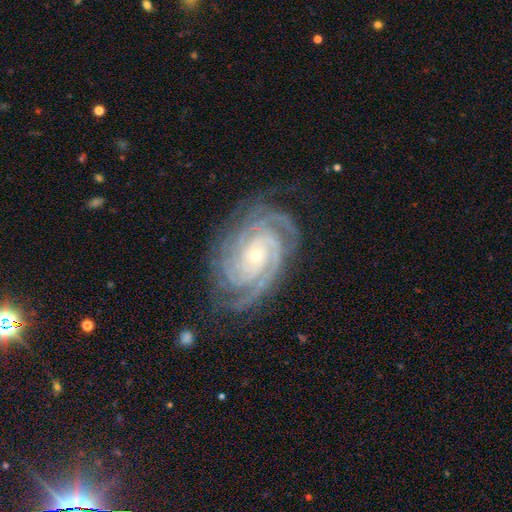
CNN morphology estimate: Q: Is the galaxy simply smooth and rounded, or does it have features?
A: featured or disk — 91%.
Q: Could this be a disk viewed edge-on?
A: no — 97%.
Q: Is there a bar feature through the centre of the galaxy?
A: no — 73%.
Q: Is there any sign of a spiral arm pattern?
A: yes — 99%.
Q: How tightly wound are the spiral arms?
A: tight — 81%.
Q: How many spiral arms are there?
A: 4 — 32%.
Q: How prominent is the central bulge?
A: small — 79%.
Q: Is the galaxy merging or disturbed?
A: none — 77%.